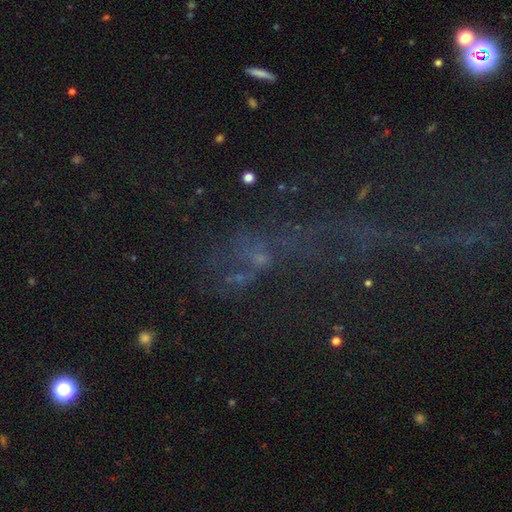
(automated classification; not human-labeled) Q: Smooth or featured?
A: star or artifact (40%); runner-up: featured or disk (35%)